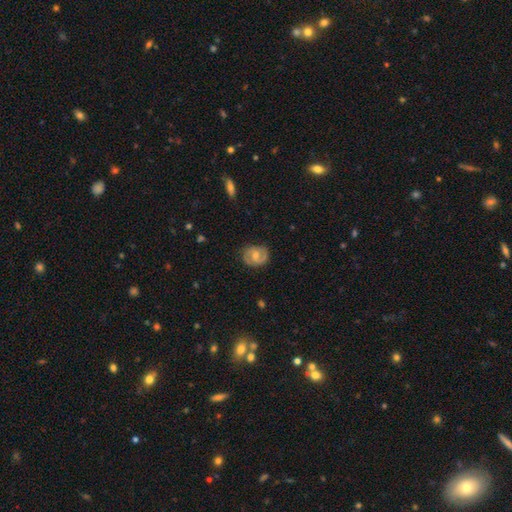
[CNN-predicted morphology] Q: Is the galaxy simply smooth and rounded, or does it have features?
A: featured or disk — 58%.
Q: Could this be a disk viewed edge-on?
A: no — 97%.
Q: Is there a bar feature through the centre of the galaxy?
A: no — 49%.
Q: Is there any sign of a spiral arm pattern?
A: yes — 78%.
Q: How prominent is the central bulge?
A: moderate — 64%.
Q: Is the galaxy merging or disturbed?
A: none — 77%.